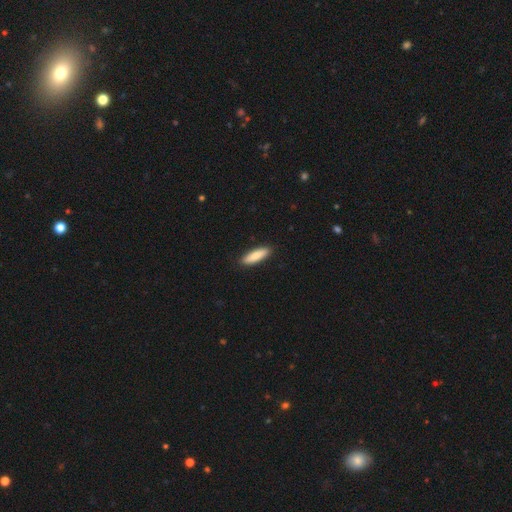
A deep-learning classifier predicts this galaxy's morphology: Smooth or featured? smooth (86%)
How rounded? cigar-shaped (59%)
Merging? none (90%)